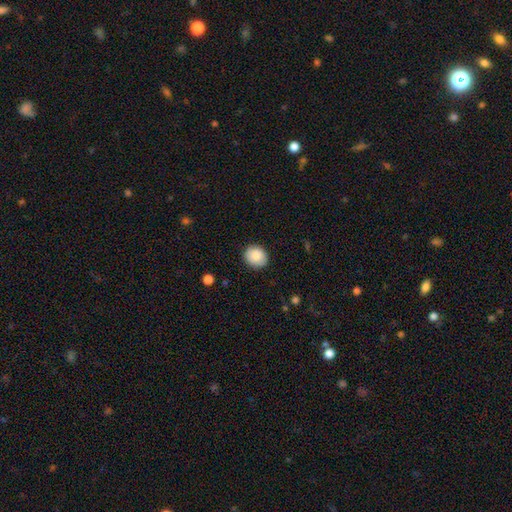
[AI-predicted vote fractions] Smooth or featured? smooth (86%)
How rounded? round (71%)
Merging? none (87%)